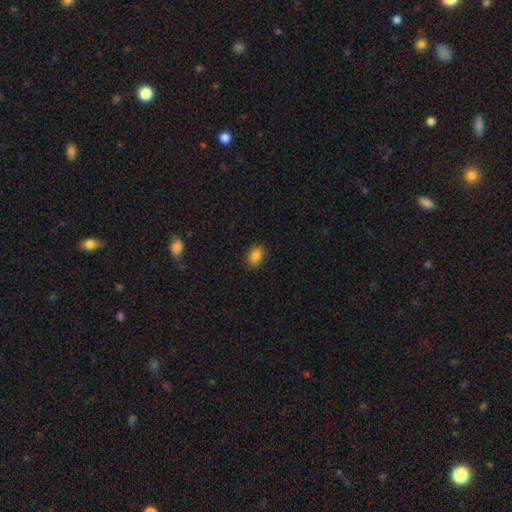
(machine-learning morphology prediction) Overall: smooth (84%). How rounded: in between (77%). Merging: none (88%).